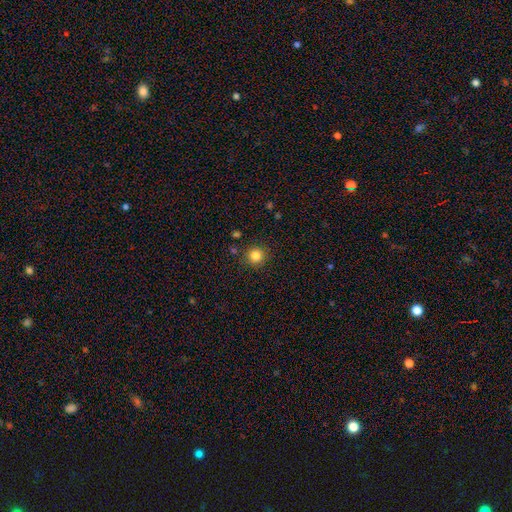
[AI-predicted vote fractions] smooth_or_featured: smooth (p=0.83) [alt: star or artifact p=0.12]
how_rounded: round (p=0.93) [alt: in between p=0.06]
merging: none (p=0.88) [alt: minor disturbance p=0.07]